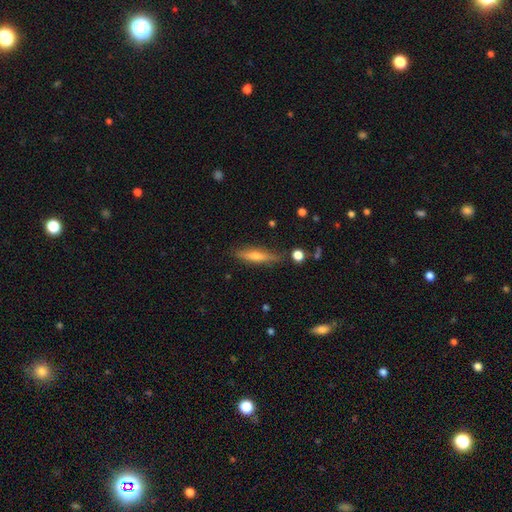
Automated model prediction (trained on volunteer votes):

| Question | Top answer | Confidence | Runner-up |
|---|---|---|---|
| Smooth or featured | featured or disk | 51% | smooth (41%) |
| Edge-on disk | yes | 93% | no (7%) |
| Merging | none | 82% | minor disturbance (13%) |